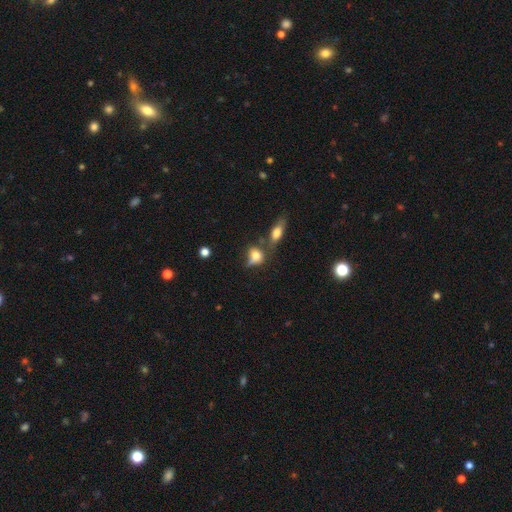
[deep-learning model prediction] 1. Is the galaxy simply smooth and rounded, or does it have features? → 73% smooth, 17% featured or disk, 11% star or artifact.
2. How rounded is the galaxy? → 54% in between, 41% round, 5% cigar-shaped.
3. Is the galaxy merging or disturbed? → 33% none, 29% merger, 22% minor disturbance, 16% major disturbance.